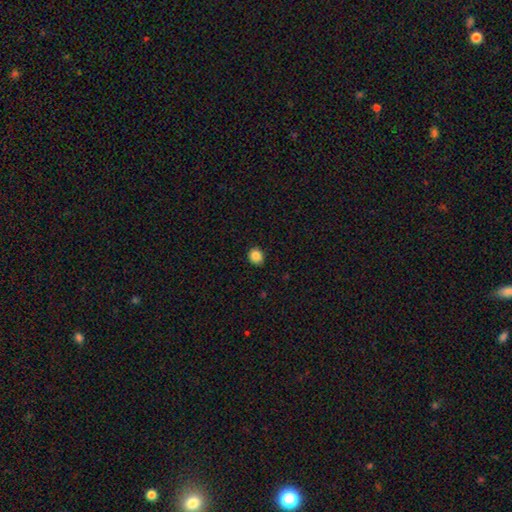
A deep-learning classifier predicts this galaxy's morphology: Smooth or featured: smooth — 86% (star or artifact — 10%)
How rounded: round — 73% (in between — 27%)
Merging: none — 89% (minor disturbance — 8%)